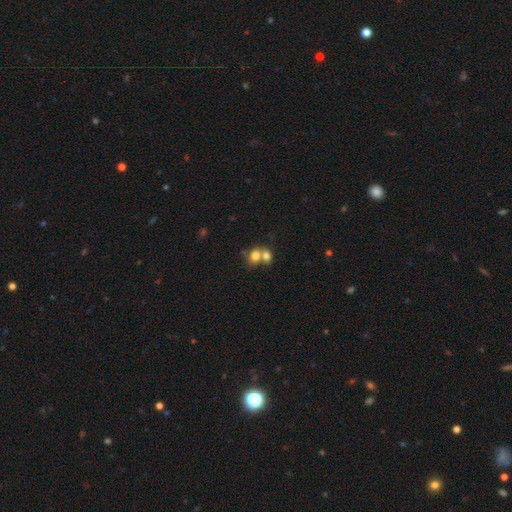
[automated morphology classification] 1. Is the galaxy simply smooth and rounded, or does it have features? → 76% smooth, 14% featured or disk, 10% star or artifact.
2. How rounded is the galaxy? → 58% round, 41% in between, 1% cigar-shaped.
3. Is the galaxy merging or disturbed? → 64% merger, 26% none, 6% minor disturbance, 3% major disturbance.